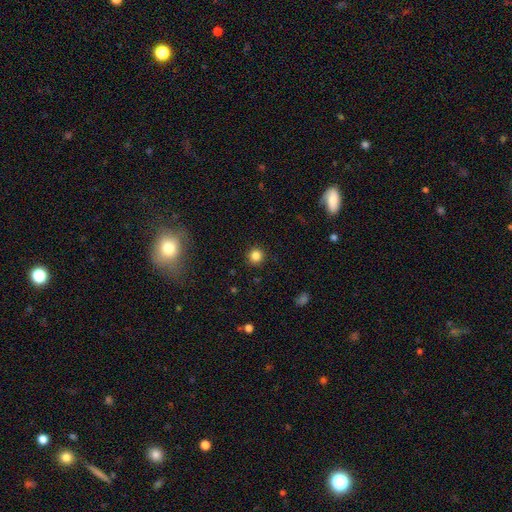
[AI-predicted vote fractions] Morphology: type=smooth (84%); roundness=round (93%); merging=none (91%).